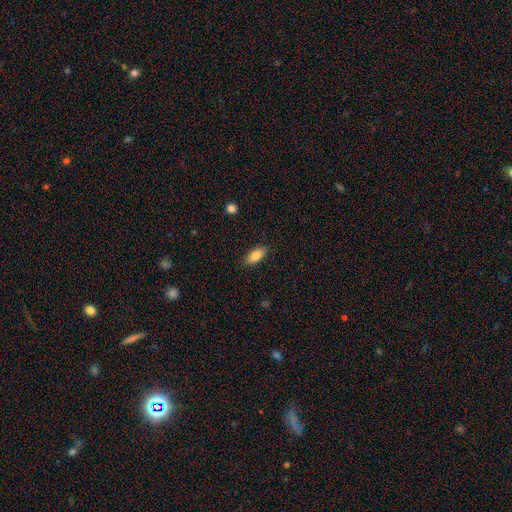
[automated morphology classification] This is clearly a smooth galaxy (83%). How rounded: clearly in between (84%). Merging: clearly none (87%).